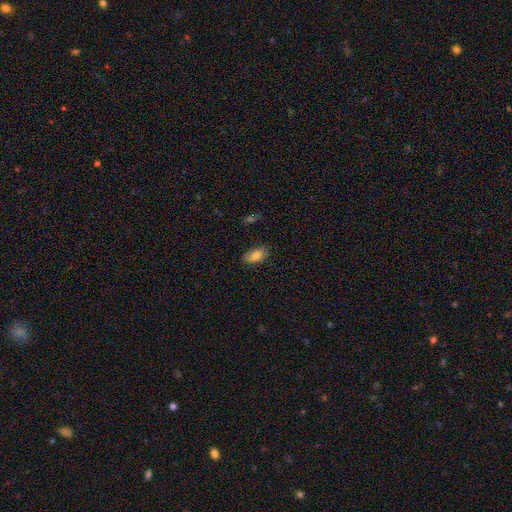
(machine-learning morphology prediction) type=smooth (81%); roundness=in between (89%); merging=none (80%).